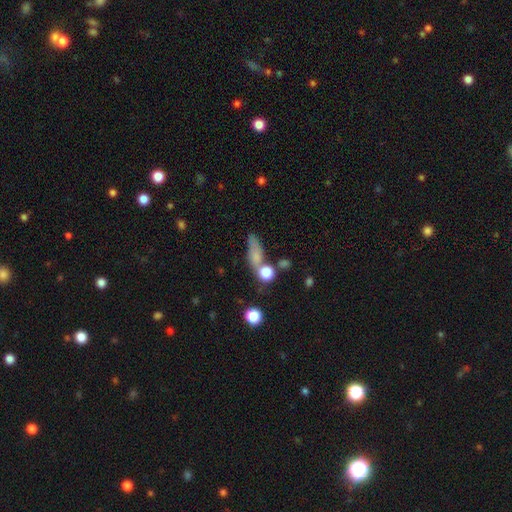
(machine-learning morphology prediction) A smooth galaxy with no disk features (67%) that is in between round and cigar-shaped (40%).

Vote fractions:
- Smooth or featured? smooth: 67% / featured or disk: 18% / star or artifact: 15%
- How rounded? in between: 40% / cigar-shaped: 38% / round: 23%
- Merging? none: 48% / merger: 21% / minor disturbance: 19% / major disturbance: 12%